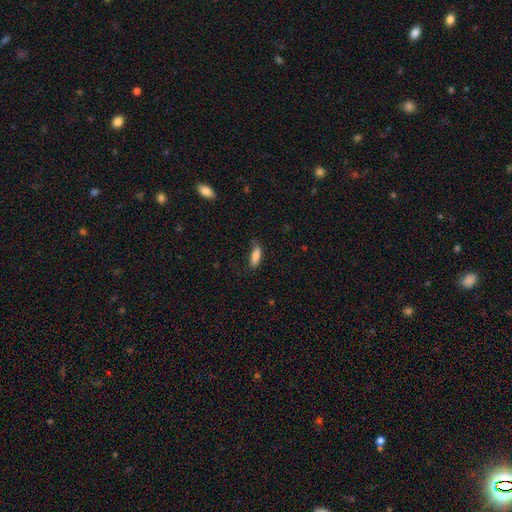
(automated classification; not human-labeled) Smooth or featured? Predicted: smooth (p=0.83). How rounded? Predicted: in between (p=0.60). Merging? Predicted: none (p=0.73).